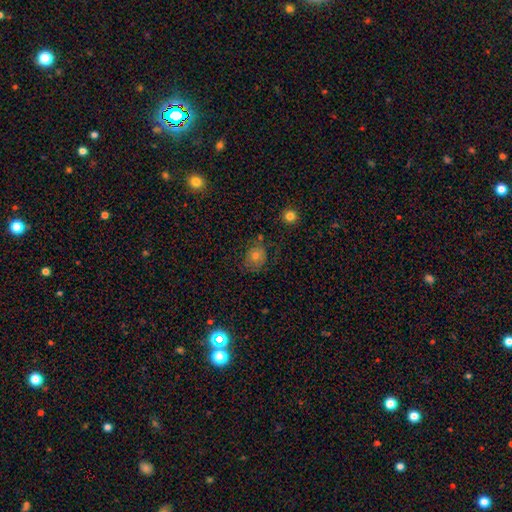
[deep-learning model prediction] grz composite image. It shows a smooth galaxy with no disk features (58%) that is round (66%). Merging: none (71%).